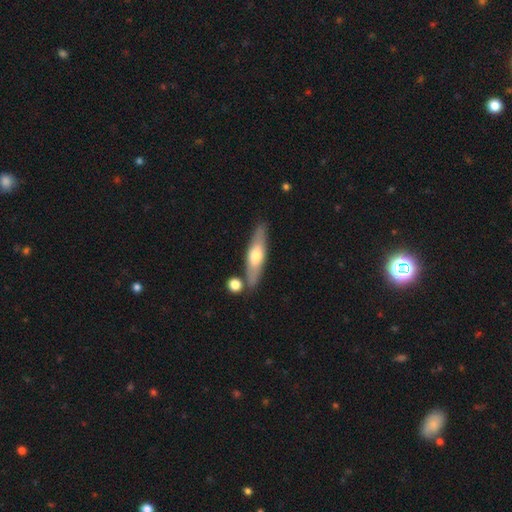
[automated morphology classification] Overall: smooth (49%; featured or disk 46%). Merging: none (77%).